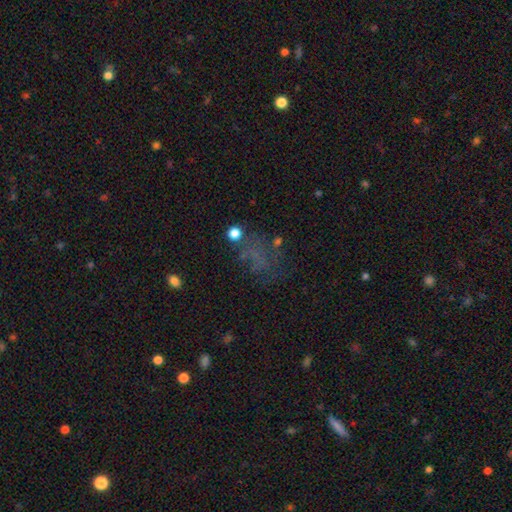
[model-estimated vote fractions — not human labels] smooth_or_featured: smooth (p=0.39) [alt: star or artifact p=0.38]
merging: none (p=0.51) [alt: major disturbance p=0.25]